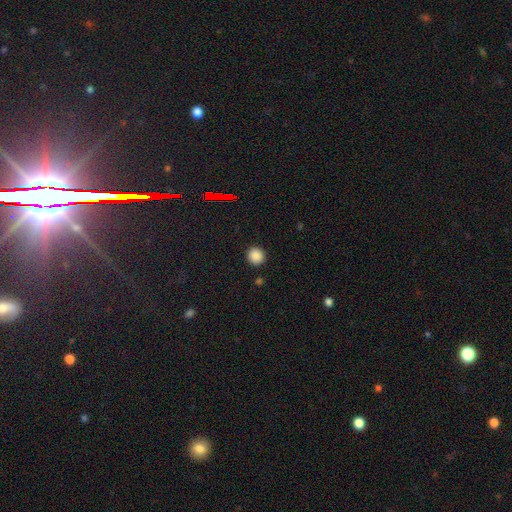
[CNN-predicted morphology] A smooth galaxy with no disk features (86%) that is round (93%). Merging: none (92%).